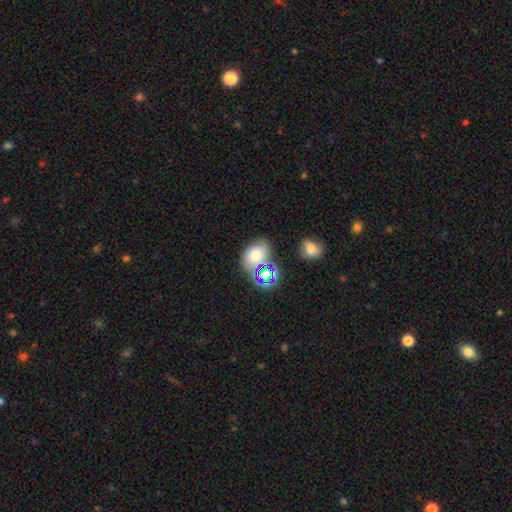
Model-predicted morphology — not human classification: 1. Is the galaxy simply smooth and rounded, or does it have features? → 67% smooth, 19% star or artifact, 13% featured or disk.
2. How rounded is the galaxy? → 67% in between, 32% round, 1% cigar-shaped.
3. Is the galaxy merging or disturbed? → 59% none, 18% minor disturbance, 16% merger, 7% major disturbance.